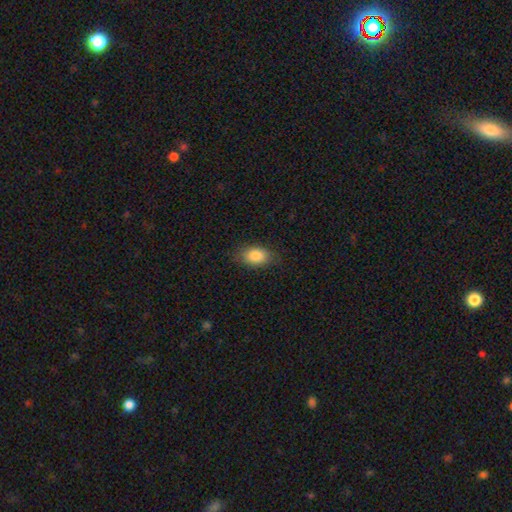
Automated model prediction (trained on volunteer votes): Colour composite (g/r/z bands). It shows a smooth galaxy with no disk features (84%) that is in between round and cigar-shaped (87%). Merging: none (82%).